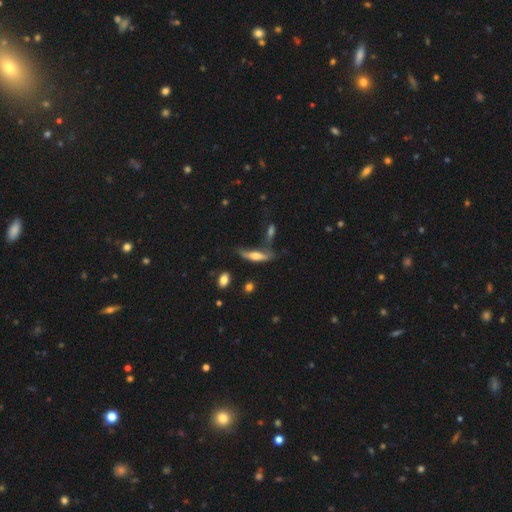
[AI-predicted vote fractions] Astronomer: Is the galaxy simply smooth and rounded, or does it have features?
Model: smooth — 53% (runner-up: featured or disk, 39%).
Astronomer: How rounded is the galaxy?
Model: cigar-shaped — 64%.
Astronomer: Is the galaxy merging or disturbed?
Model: none — 44% (runner-up: minor disturbance, 26%).